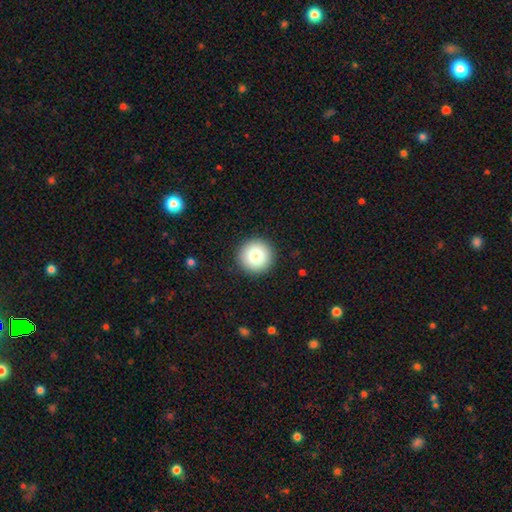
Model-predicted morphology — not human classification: Overall: smooth (80%). How rounded: round (96%). Merging: none (92%).